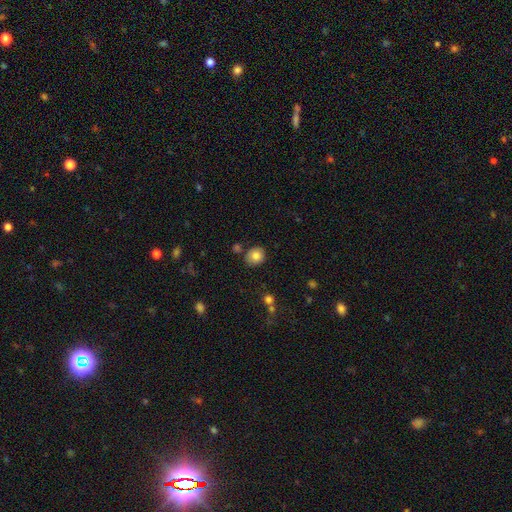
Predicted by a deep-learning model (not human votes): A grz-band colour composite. It shows a smooth galaxy with no disk features (83%) that is round (75%). Merging: none (81%).